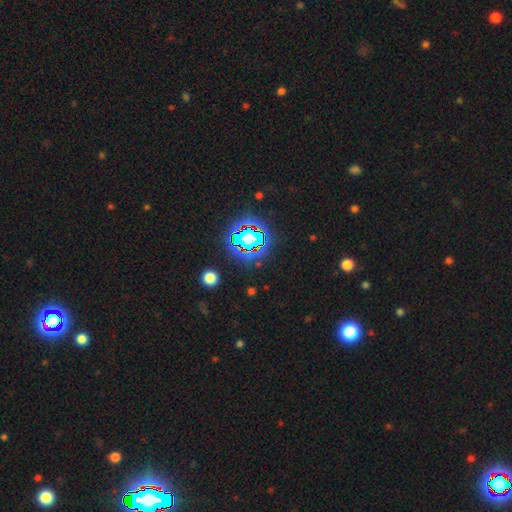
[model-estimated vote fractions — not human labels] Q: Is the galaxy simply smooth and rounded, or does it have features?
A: star or artifact — 82%.